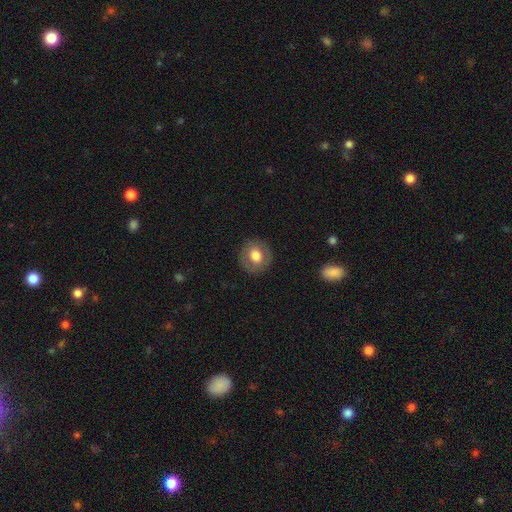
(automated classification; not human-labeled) Smooth or featured: smooth — 66% (featured or disk — 26%)
How rounded: round — 85% (in between — 14%)
Merging: none — 87% (minor disturbance — 9%)